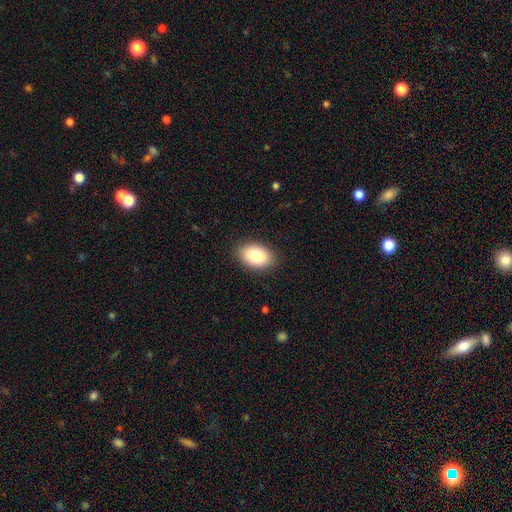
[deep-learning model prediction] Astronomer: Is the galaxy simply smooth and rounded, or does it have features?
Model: smooth — 84%.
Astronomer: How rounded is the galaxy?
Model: in between — 88%.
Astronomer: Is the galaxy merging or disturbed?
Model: none — 88%.